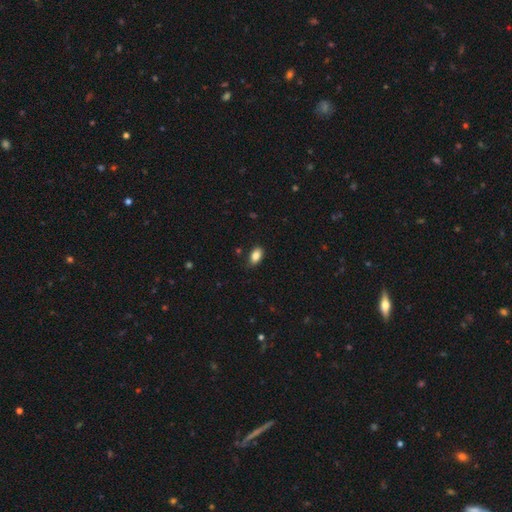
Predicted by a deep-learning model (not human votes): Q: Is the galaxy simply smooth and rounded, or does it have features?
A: smooth — 86%.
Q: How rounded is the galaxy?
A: in between — 90%.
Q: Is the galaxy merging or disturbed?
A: none — 83%.